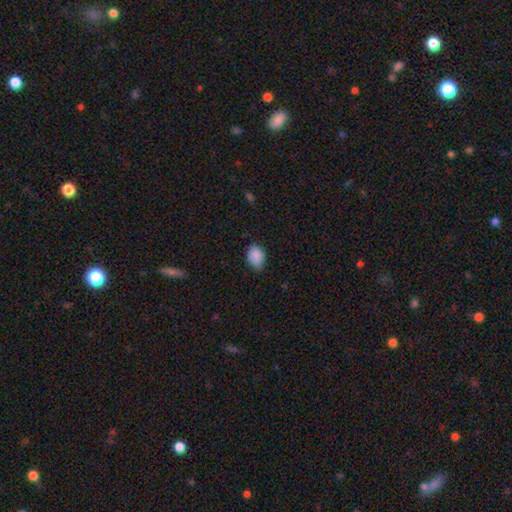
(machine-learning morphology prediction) This appears to be a smooth galaxy with no disk features (87%) that is in between round and cigar-shaped (73%). Merging: none (65%).